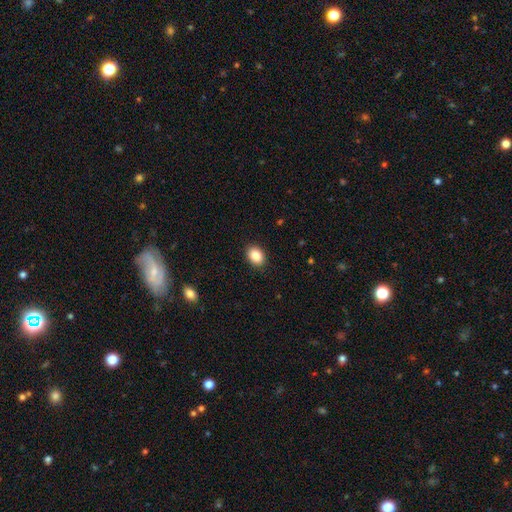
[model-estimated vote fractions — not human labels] Morphology: type=smooth (88%); roundness=in between (67%); merging=none (90%).